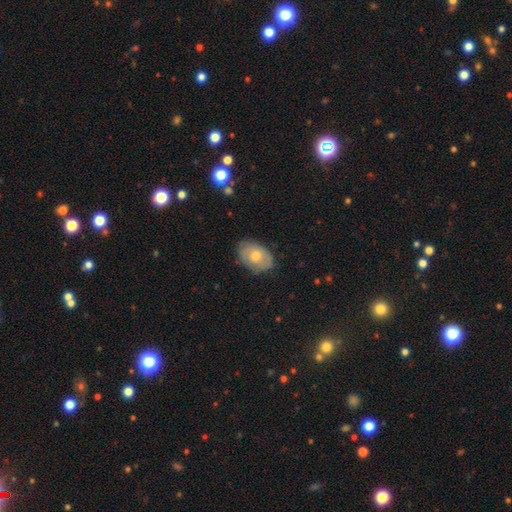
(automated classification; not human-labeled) A smooth galaxy with no disk features (62%) that is in between round and cigar-shaped (85%). Merging: none (77%).